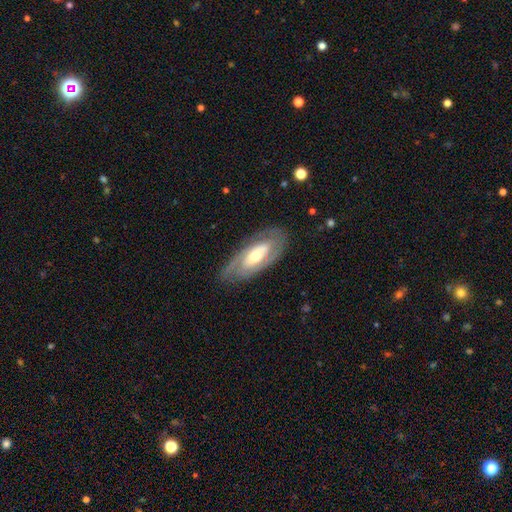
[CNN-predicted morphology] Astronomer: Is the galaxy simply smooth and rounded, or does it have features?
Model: featured or disk — 71%.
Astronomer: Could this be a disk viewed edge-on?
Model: no — 87%.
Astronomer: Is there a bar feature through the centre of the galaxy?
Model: no — 61%.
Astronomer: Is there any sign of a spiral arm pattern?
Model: yes — 65%.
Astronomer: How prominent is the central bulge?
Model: moderate — 65%.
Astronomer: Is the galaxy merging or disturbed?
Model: none — 79%.